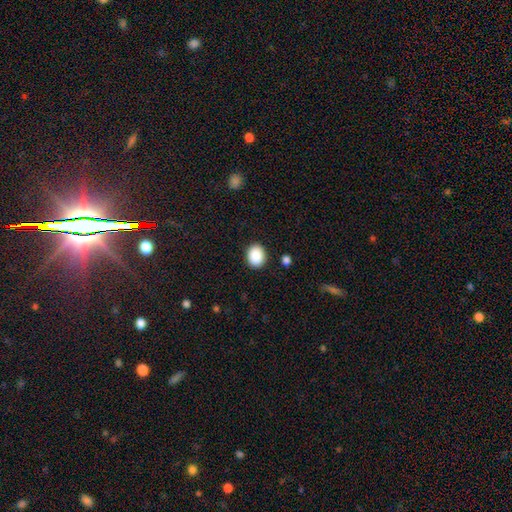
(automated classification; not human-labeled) Smooth or featured?
  - smooth: 89% *
  - star or artifact: 8%
  - featured or disk: 3%
How rounded?
  - round: 55% *
  - in between: 44%
  - cigar-shaped: 1%
Merging?
  - none: 89% *
  - minor disturbance: 7%
  - major disturbance: 2%
  - merger: 2%